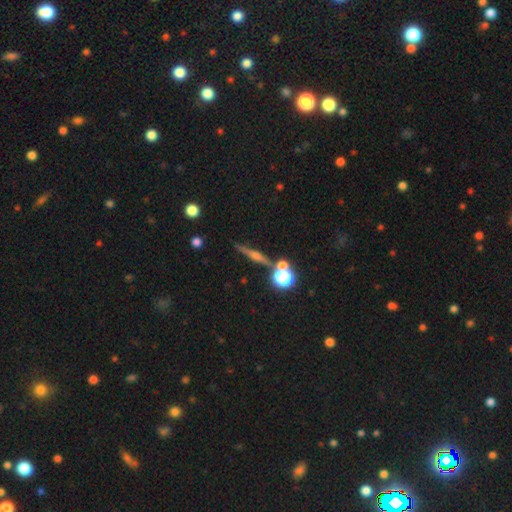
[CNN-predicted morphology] A featured or disk galaxy (67%) viewed edge-on (96%) with a rounded central bulge (84%).

Vote fractions:
- Smooth or featured? featured or disk: 67% / smooth: 20% / star or artifact: 13%
- Edge-on disk? yes: 96% / no: 4%
- Edge-on bulge? rounded: 84% / boxy: 9% / none: 7%
- Merging? none: 82% / merger: 8% / minor disturbance: 8% / major disturbance: 2%